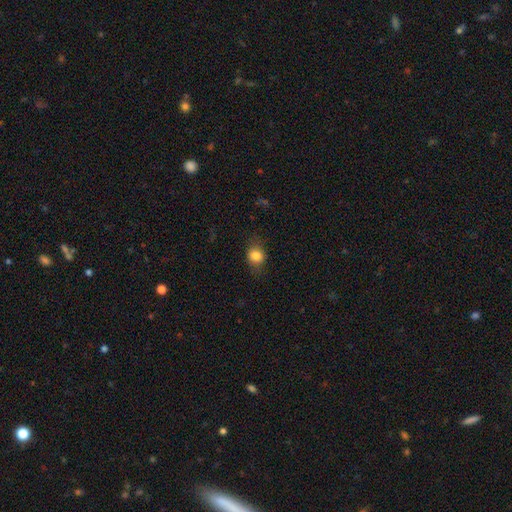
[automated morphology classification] Smooth or featured: smooth — 82% (star or artifact — 10%)
How rounded: round — 59% (in between — 39%)
Merging: none — 75% (minor disturbance — 18%)